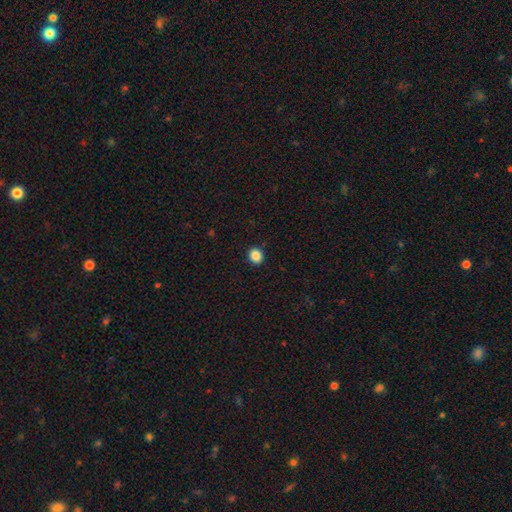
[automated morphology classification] smooth 87%, star or artifact 10%, featured or disk 3%. Down the decision tree: how rounded — round (71%); merging — none (92%).